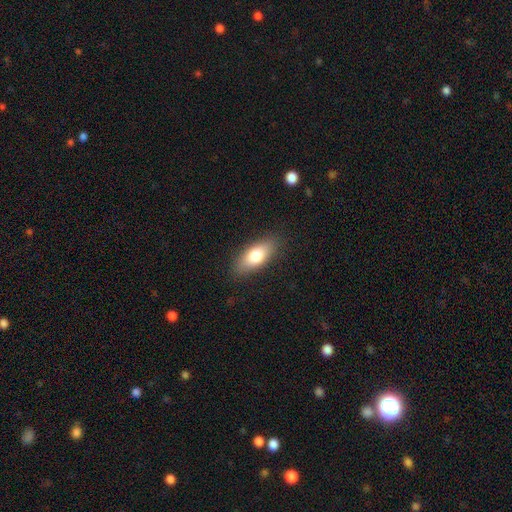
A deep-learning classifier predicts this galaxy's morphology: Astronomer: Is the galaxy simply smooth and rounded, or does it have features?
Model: smooth — 76%.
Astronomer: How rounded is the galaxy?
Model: in between — 80%.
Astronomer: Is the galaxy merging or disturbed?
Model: none — 86%.